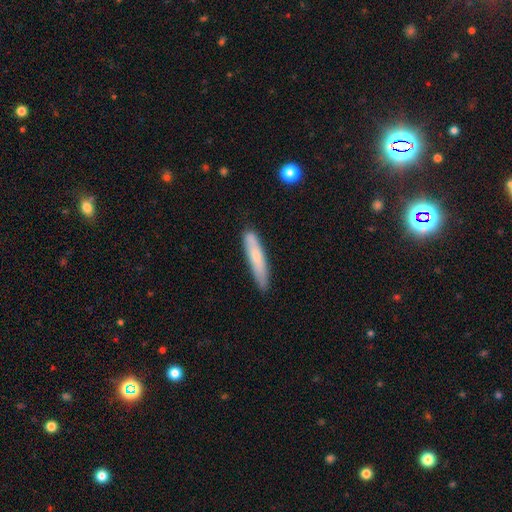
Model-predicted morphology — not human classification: This appears to be a smooth galaxy with no disk features (67%) that is cigar-shaped (91%). Merging: none (81%).